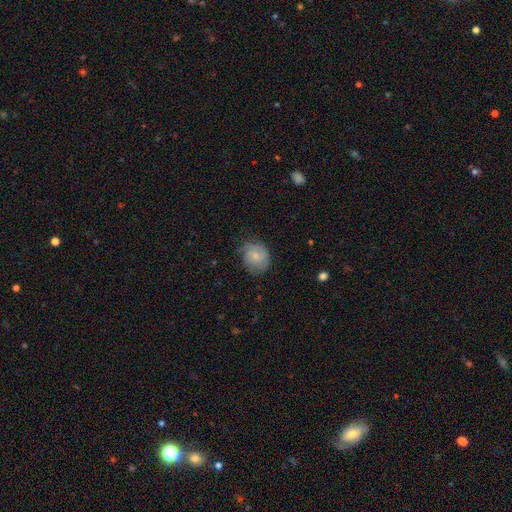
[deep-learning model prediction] smooth-or-featured: smooth: 60% | featured or disk: 33% | star or artifact: 7%
  how-rounded: round: 68% | in between: 31% | cigar-shaped: 1%
  merging: none: 64% | minor disturbance: 27% | major disturbance: 8% | merger: 1%